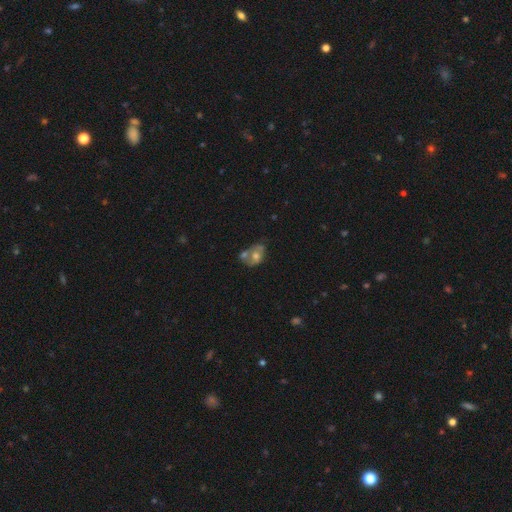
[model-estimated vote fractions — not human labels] The model was most divided on "smooth or featured": smooth: 45%, featured or disk: 44%, star or artifact: 11%. Remaining: merging — merger (45%).